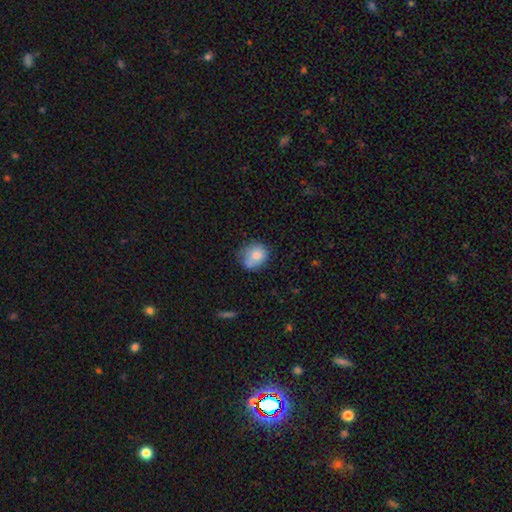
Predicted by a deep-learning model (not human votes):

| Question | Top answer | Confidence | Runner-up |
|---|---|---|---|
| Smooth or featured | smooth | 78% | featured or disk (14%) |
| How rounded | round | 70% | in between (29%) |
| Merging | none | 51% | minor disturbance (27%) |